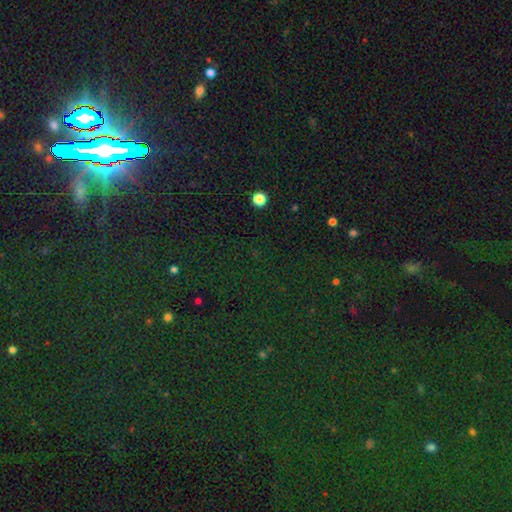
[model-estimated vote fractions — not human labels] The model was most divided on "smooth or featured": star or artifact: 82%, smooth: 10%, featured or disk: 7%.